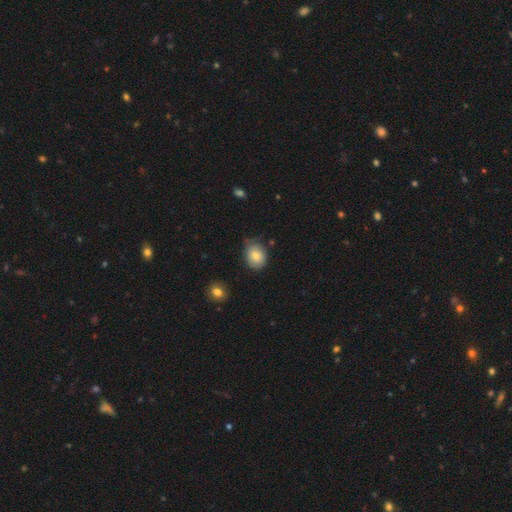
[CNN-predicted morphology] The model was most divided on "how rounded": round: 50%, in between: 49%, cigar-shaped: 1%. More confident: smooth or featured — smooth (79%); merging — none (57%).